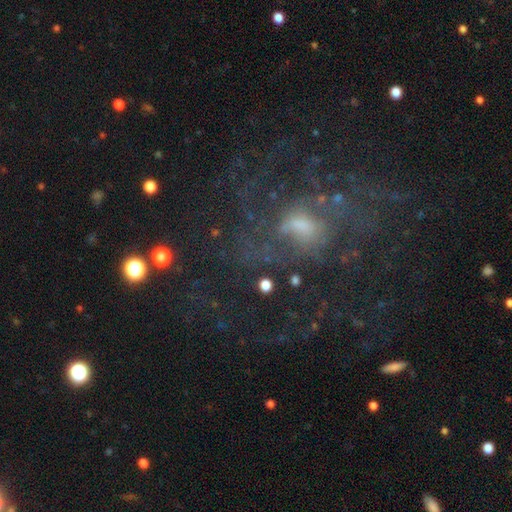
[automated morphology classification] A featured or disk galaxy (76%) with no bar (53%), medium (42%) spiral arms (85%) and a small central bulge (49%). Merging: none (60%).